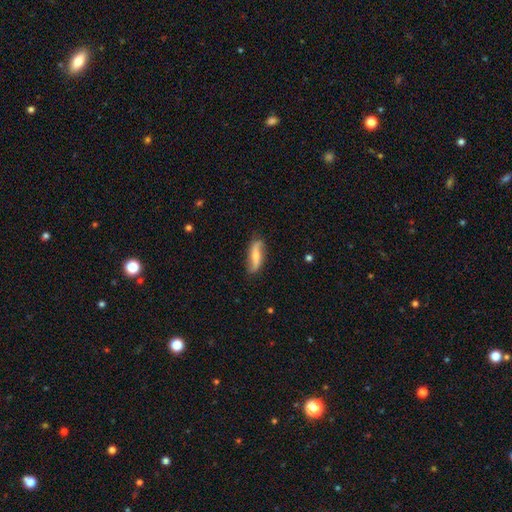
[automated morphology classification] This appears to be a featured or disk galaxy (70%) with no bar (40%), 2 (92%) loose (86%) spiral arms (91%) and a small central bulge (49%). Merging: none (80%).